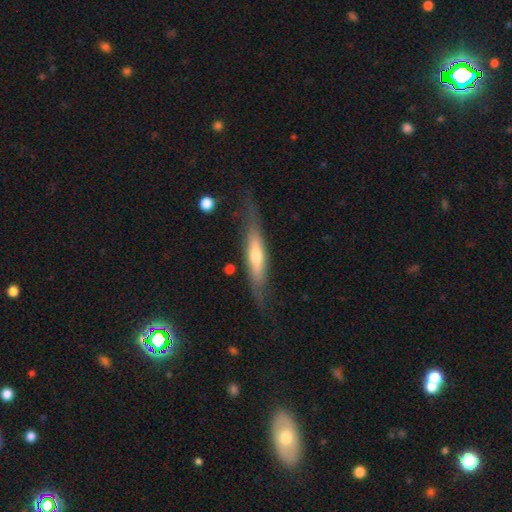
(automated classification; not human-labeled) smooth_or_featured: featured or disk (p=0.59) [alt: smooth p=0.35]
disk_edge_on: yes (p=0.80) [alt: no p=0.20]
merging: none (p=0.73) [alt: minor disturbance p=0.19]